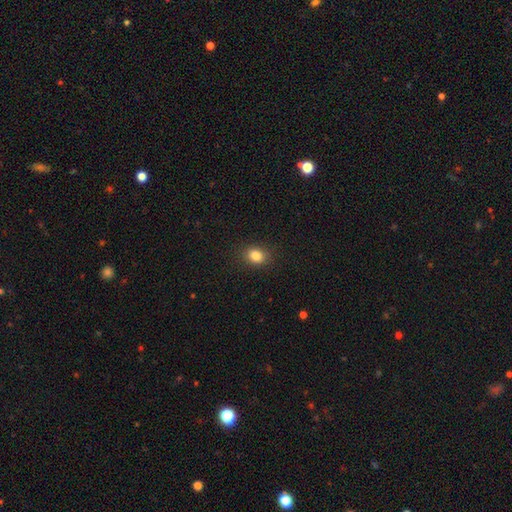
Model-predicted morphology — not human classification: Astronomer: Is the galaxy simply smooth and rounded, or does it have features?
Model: smooth — 84%.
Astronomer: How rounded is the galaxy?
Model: round — 50% (runner-up: in between, 49%).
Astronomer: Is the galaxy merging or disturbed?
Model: none — 88%.